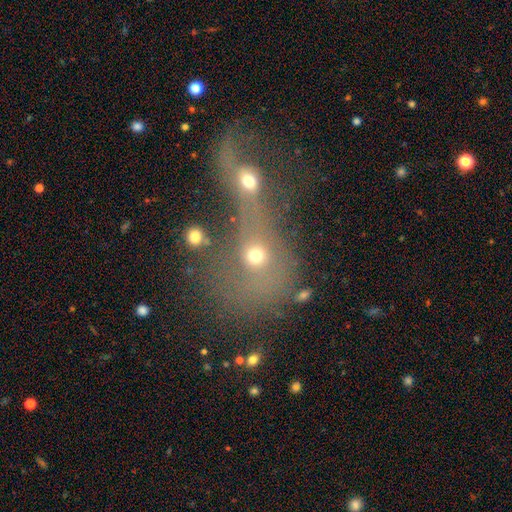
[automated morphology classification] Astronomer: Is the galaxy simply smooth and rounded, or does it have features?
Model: smooth — 61%.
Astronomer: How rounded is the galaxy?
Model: round — 59% (runner-up: in between, 37%).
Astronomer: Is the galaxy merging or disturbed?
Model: merger — 59%.